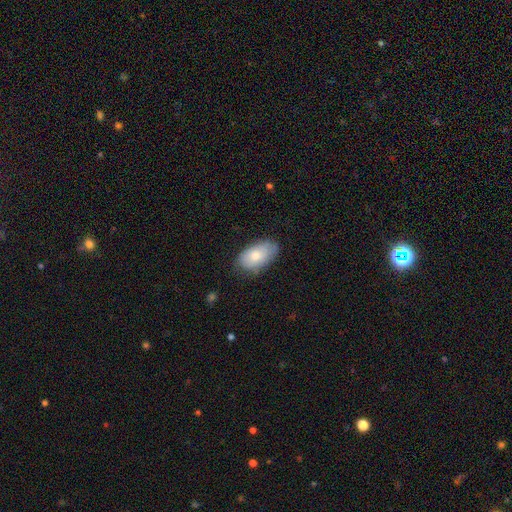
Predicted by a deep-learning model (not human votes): smooth-or-featured: smooth: 72% | featured or disk: 21% | star or artifact: 6%
  how-rounded: in between: 94% | round: 5% | cigar-shaped: 2%
  merging: none: 69% | minor disturbance: 25% | major disturbance: 5% | merger: 1%